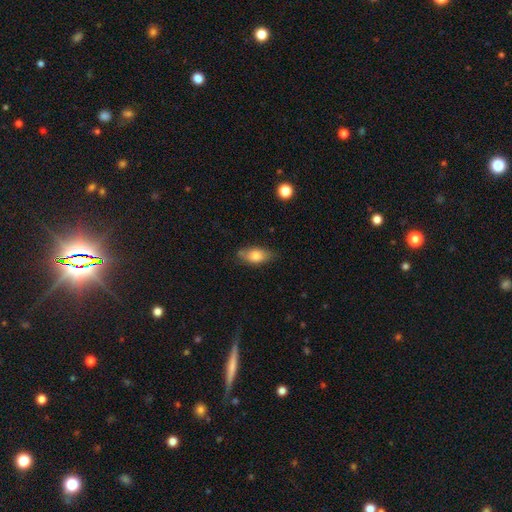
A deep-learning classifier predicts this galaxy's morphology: A smooth galaxy with no disk features (75%) that is in between round and cigar-shaped (87%). Merging: none (72%).